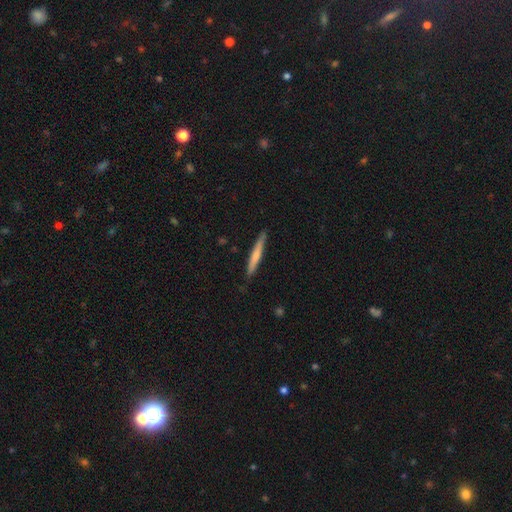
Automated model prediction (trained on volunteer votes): smooth-or-featured: smooth: 59% | featured or disk: 36% | star or artifact: 5%
  how-rounded: cigar-shaped: 96% | in between: 3% | round: 1%
  merging: none: 86% | minor disturbance: 11% | major disturbance: 2% | merger: 1%